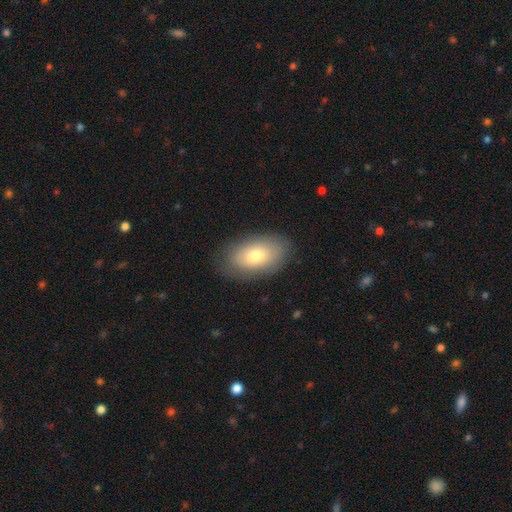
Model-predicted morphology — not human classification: This is likely a smooth galaxy (73%). How rounded: clearly in between (92%). Merging: clearly none (82%).